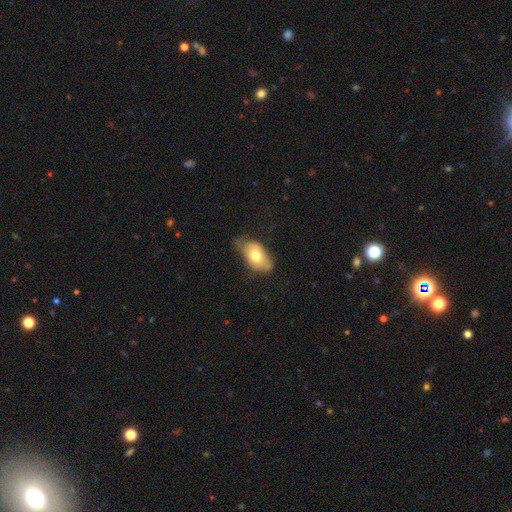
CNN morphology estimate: This is likely a smooth galaxy (68%). How rounded: clearly in between (92%). Merging: possibly none (46%).